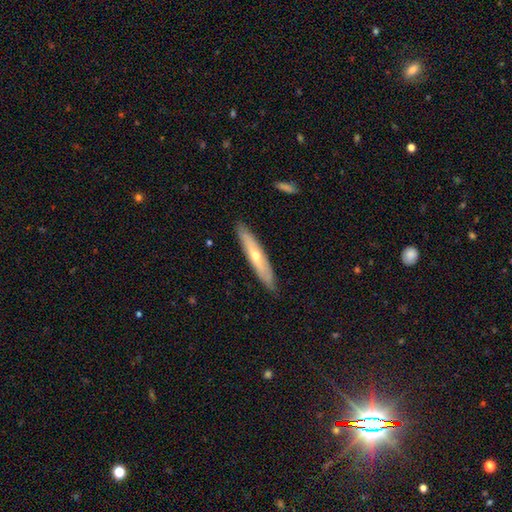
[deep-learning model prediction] Smooth or featured?
  - featured or disk: 54% *
  - smooth: 40%
  - star or artifact: 6%
Edge-on disk?
  - yes: 77% *
  - no: 23%
Merging?
  - none: 88% *
  - minor disturbance: 9%
  - major disturbance: 2%
  - merger: 1%